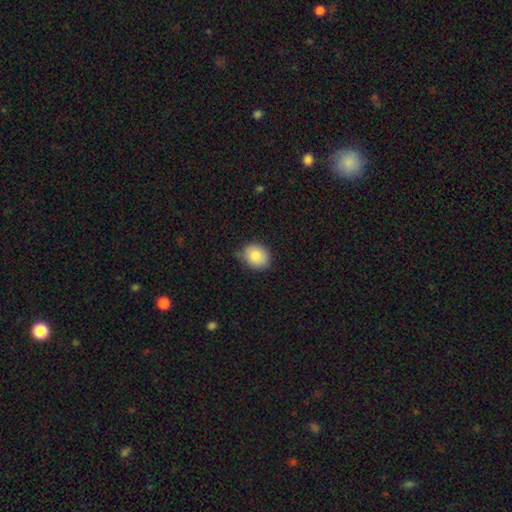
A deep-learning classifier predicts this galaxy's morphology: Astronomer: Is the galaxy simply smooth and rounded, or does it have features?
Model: smooth — 82%.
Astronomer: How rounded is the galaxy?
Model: round — 56% (runner-up: in between, 43%).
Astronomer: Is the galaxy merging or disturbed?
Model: none — 73%.